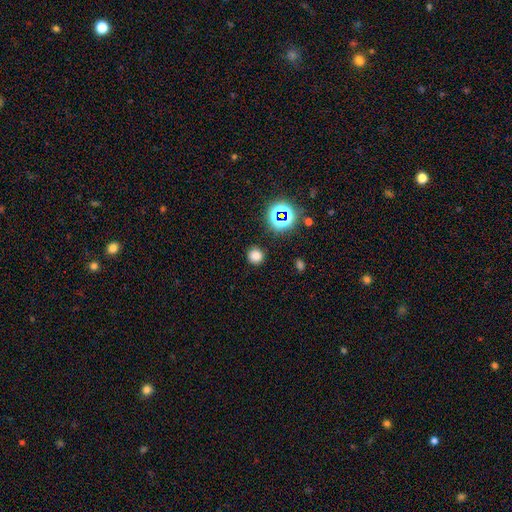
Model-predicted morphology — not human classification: type=smooth (74%); roundness=round (92%); merging=none (88%).